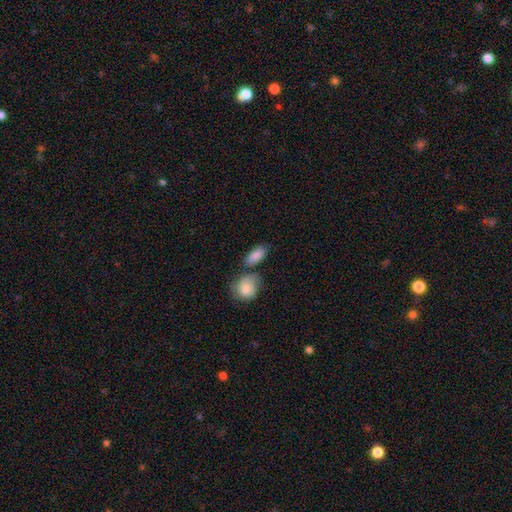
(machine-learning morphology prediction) type=smooth (88%); roundness=in between (87%); merging=none (60%).